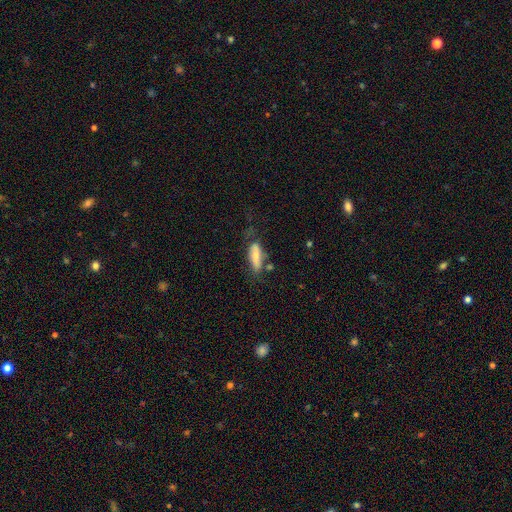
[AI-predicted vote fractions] Overall: smooth (65%; featured or disk 28%). How rounded: in between (61%; cigar-shaped 37%). Merging: none (50%; minor disturbance 27%).